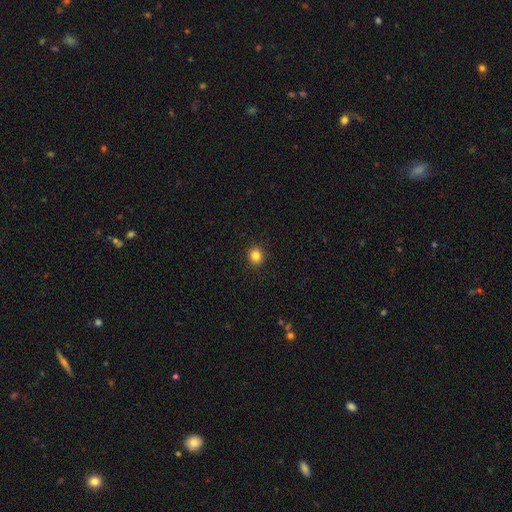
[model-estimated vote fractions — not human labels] A smooth galaxy with no disk features (84%) that is round (85%). Merging: none (92%).